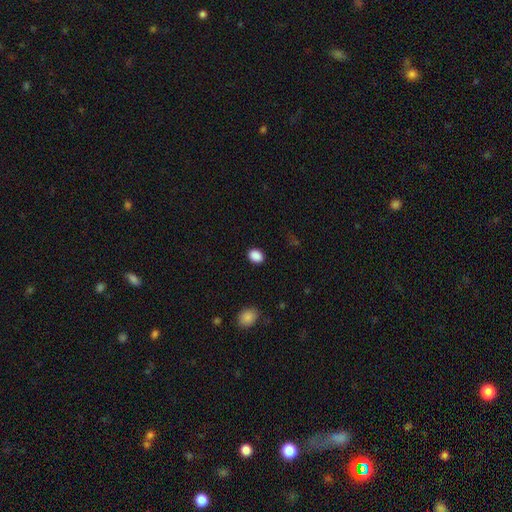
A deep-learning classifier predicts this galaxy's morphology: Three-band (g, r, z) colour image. It shows a smooth galaxy with no disk features (89%) that is in between round and cigar-shaped (68%). Merging: none (88%).